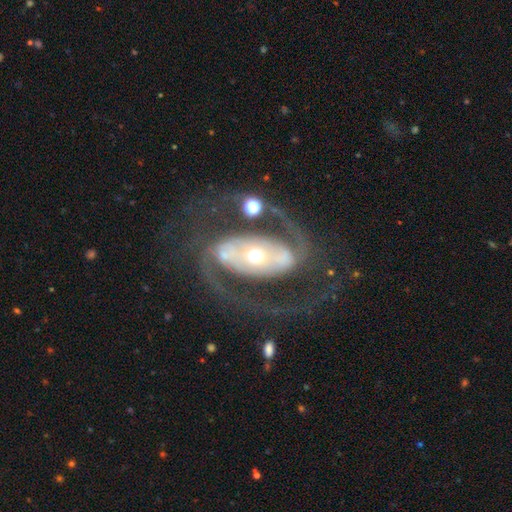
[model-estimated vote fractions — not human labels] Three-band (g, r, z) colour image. It shows a featured or disk galaxy (89%) with a strong bar (39%), 2 (92%) medium (53%) spiral arms (94%) and a moderate central bulge (67%). Merging: none (66%).